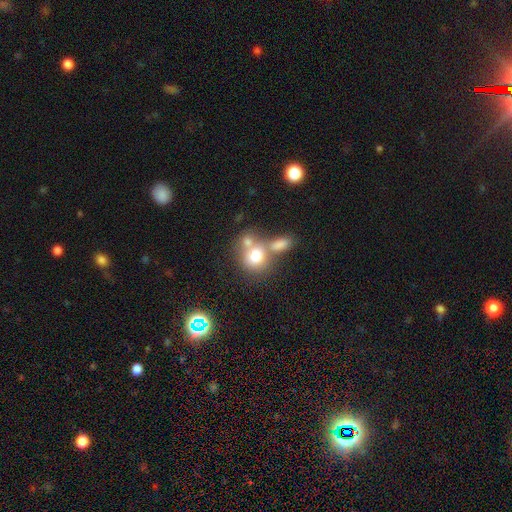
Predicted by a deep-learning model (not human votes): Smooth or featured? smooth (73%)
How rounded? round (70%)
Merging? merger (47%)